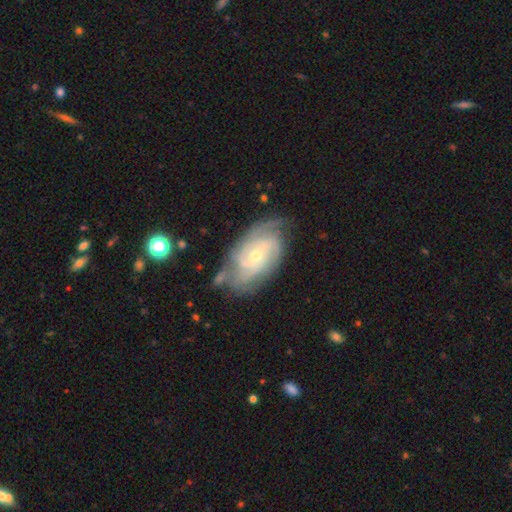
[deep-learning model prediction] Morphology: type=featured or disk (87%); edge-on=no (96%); bar=no (65%); spiral arms=yes (97%); winding=tight (64%); arm count=3 (27%); bulge=small (61%); merging=none (69%).